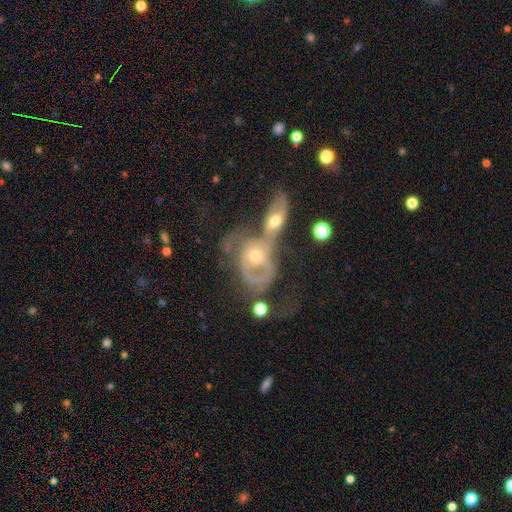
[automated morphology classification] Q: Smooth or featured?
A: featured or disk (79%); runner-up: smooth (14%)
Q: Edge-on disk?
A: no (95%); runner-up: yes (5%)
Q: Bar?
A: no (70%); runner-up: weak (23%)
Q: Spiral arms?
A: yes (80%); runner-up: no (20%)
Q: Spiral winding?
A: tight (50%); runner-up: medium (35%)
Q: Spiral arm count?
A: 2 (54%); runner-up: can't tell (25%)
Q: Bulge size?
A: moderate (62%); runner-up: small (31%)
Q: Merging?
A: merger (52%); runner-up: none (23%)